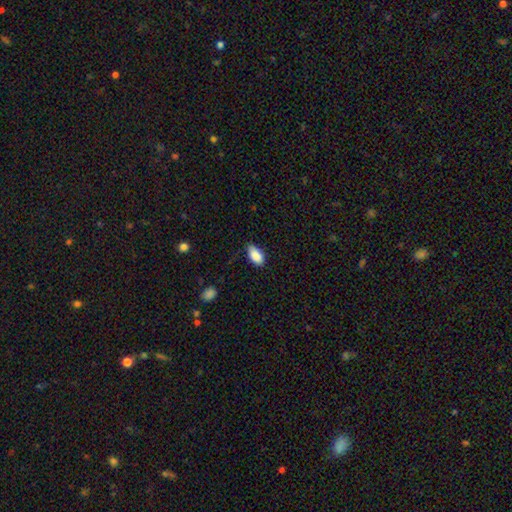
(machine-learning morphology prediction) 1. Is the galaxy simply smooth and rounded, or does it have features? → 88% smooth, 7% star or artifact, 4% featured or disk.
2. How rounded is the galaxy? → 93% in between, 4% round, 3% cigar-shaped.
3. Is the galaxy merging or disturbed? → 74% none, 22% minor disturbance, 3% major disturbance, 1% merger.